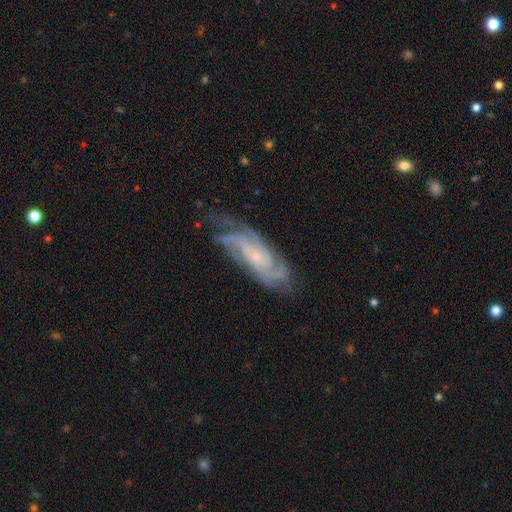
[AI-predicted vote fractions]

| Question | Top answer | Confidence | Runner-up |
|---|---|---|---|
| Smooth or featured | featured or disk | 87% | smooth (7%) |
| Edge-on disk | no | 92% | yes (8%) |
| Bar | no | 66% | weak (26%) |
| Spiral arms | yes | 97% | no (3%) |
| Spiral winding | tight | 56% | medium (36%) |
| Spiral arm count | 4 | 28% | 3 (25%) |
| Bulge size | small | 78% | moderate (17%) |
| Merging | none | 68% | minor disturbance (21%) |